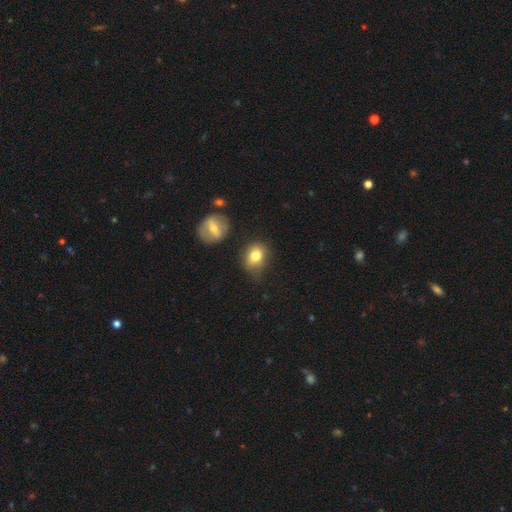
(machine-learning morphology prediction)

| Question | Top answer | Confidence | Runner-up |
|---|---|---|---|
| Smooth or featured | smooth | 77% | featured or disk (13%) |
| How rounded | round | 51% | in between (48%) |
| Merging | none | 64% | minor disturbance (24%) |